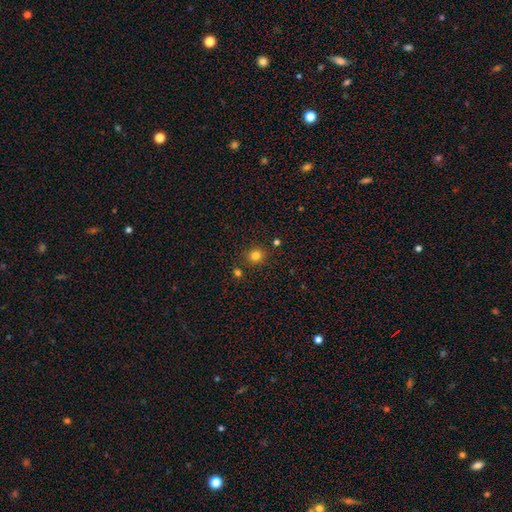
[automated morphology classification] A smooth galaxy with no disk features (80%) that is round (84%).

Vote fractions:
- Smooth or featured? smooth: 80% / star or artifact: 14% / featured or disk: 6%
- How rounded? round: 84% / in between: 16% / cigar-shaped: 1%
- Merging? none: 84% / minor disturbance: 8% / merger: 5% / major disturbance: 2%